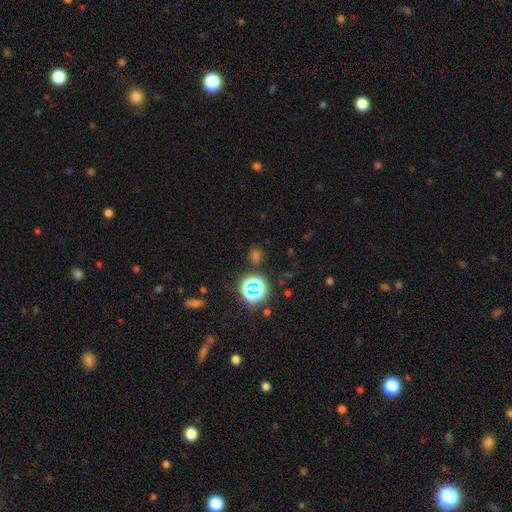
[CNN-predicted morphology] Smooth or featured? star or artifact (49%)